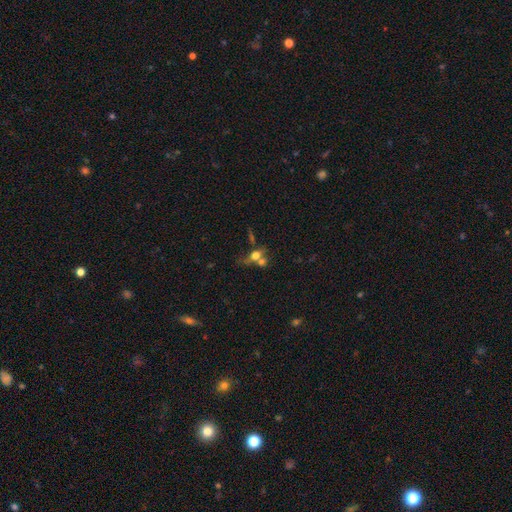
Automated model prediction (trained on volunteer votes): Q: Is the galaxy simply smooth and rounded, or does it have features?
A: smooth — 53%.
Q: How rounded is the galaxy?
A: round — 44%, tied with in between.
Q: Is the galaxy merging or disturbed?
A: merger — 50%.